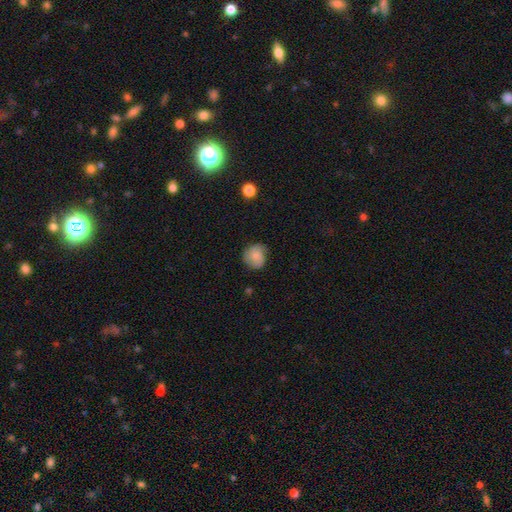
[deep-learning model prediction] This is likely a smooth galaxy (68%). How rounded: clearly round (81%). Merging: likely none (69%).